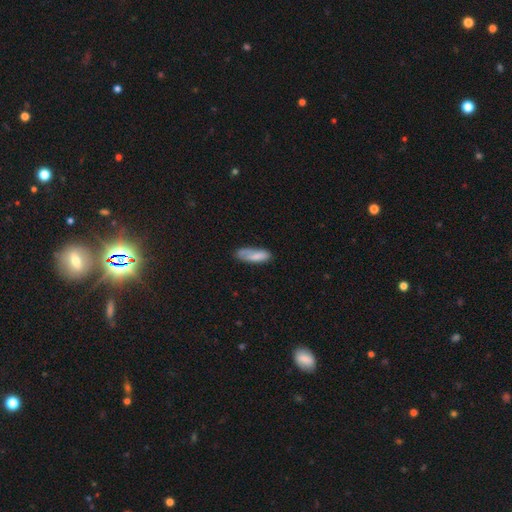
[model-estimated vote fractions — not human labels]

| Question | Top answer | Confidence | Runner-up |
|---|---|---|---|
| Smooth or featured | smooth | 75% | featured or disk (19%) |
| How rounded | in between | 59% | cigar-shaped (39%) |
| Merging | none | 59% | minor disturbance (28%) |